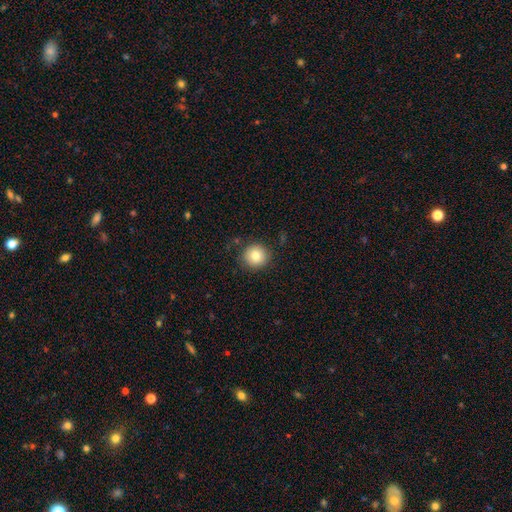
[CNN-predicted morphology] A smooth galaxy with no disk features (82%) that is round (92%).

Vote fractions:
- Smooth or featured? smooth: 82% / star or artifact: 10% / featured or disk: 8%
- How rounded? round: 92% / in between: 7% / cigar-shaped: 1%
- Merging? none: 86% / minor disturbance: 9% / major disturbance: 3% / merger: 2%